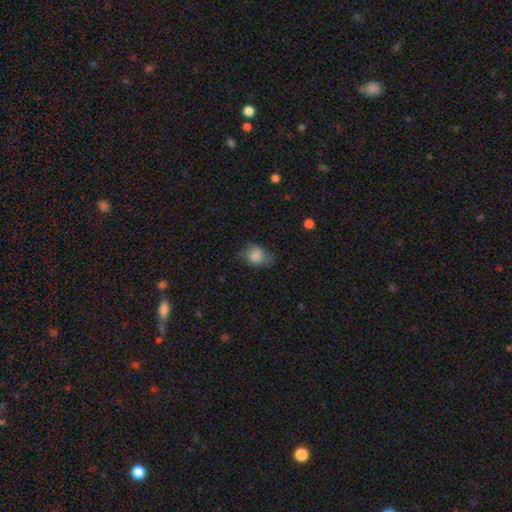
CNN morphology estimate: Q: Smooth or featured?
A: smooth (76%); runner-up: featured or disk (14%)
Q: How rounded?
A: in between (66%); runner-up: round (33%)
Q: Merging?
A: none (41%); runner-up: minor disturbance (35%)